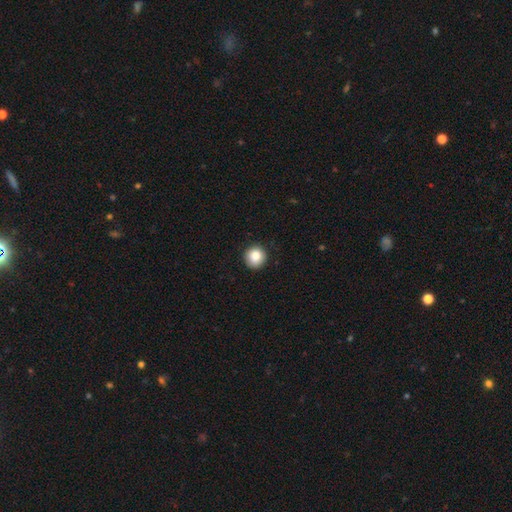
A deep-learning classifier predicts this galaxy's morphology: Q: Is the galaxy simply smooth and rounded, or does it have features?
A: smooth — 85%.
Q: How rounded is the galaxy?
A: round — 92%.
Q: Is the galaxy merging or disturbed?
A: none — 90%.